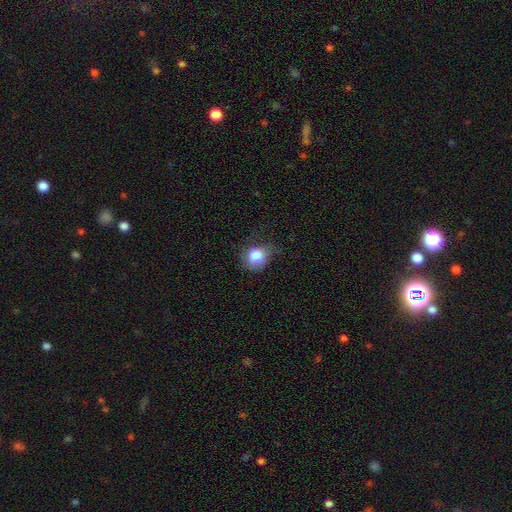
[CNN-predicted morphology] A smooth galaxy with no disk features (82%) that is round (72%). Merging: none (49%).